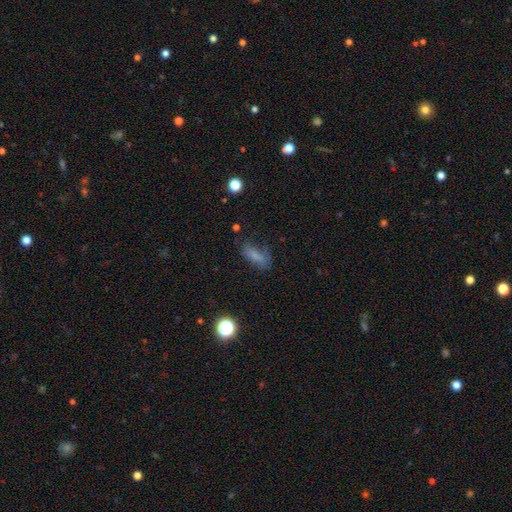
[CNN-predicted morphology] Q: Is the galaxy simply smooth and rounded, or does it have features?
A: smooth — 70%.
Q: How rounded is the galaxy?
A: in between — 69%.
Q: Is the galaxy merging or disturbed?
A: none — 54%.